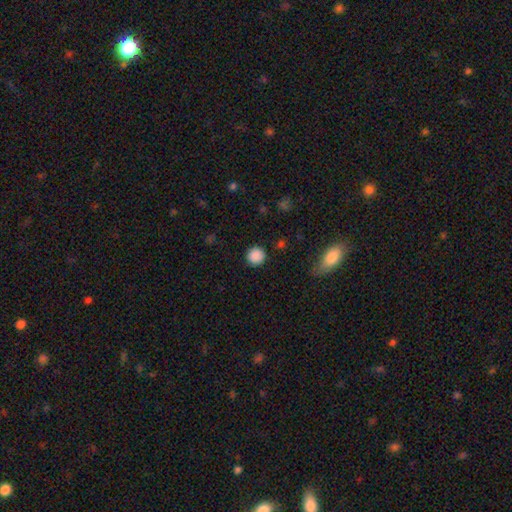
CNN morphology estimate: smooth-or-featured: smooth: 88% | star or artifact: 9% | featured or disk: 3%
  how-rounded: round: 94% | in between: 5% | cigar-shaped: 1%
  merging: none: 89% | minor disturbance: 7% | major disturbance: 3% | merger: 1%